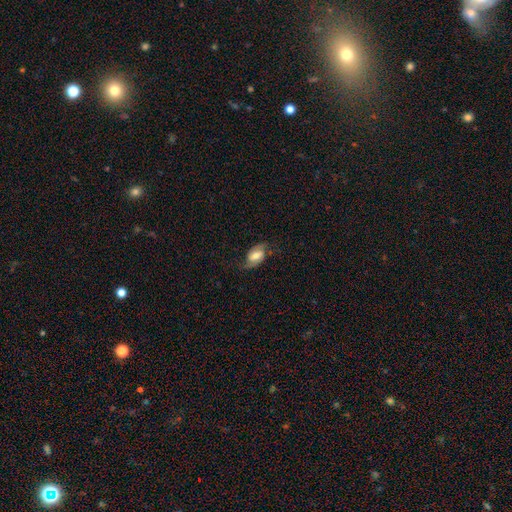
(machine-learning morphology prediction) type=featured or disk (67%); edge-on=no (96%); bar=weak (47%); spiral arms=yes (92%); winding=loose (43%); arm count=2 (90%); bulge=moderate (52%); merging=none (70%).